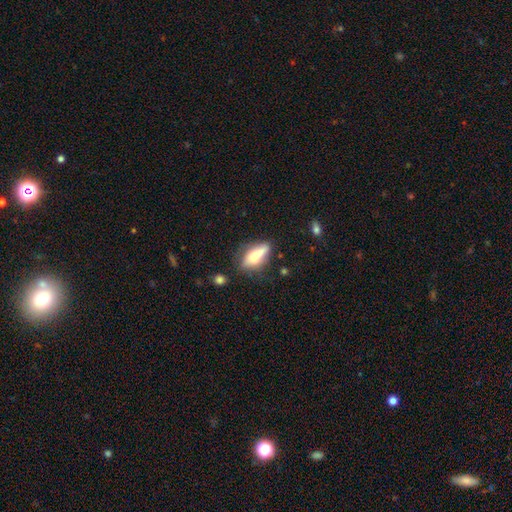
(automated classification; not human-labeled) smooth-or-featured: smooth: 67% | featured or disk: 25% | star or artifact: 7%
  how-rounded: in between: 62% | cigar-shaped: 35% | round: 3%
  merging: none: 62% | minor disturbance: 25% | major disturbance: 8% | merger: 5%